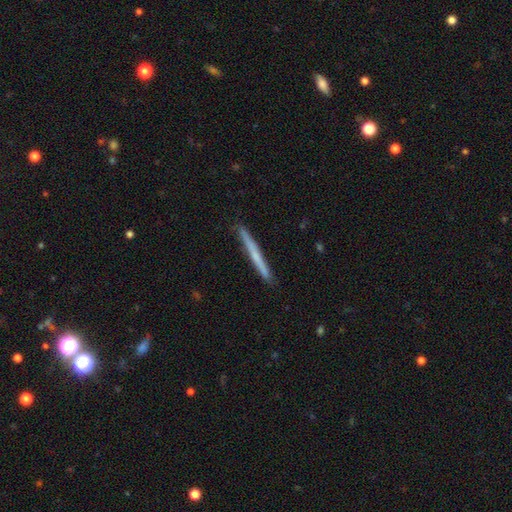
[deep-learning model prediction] smooth_or_featured: smooth (p=0.49) [alt: featured or disk p=0.45]
merging: none (p=0.90) [alt: minor disturbance p=0.07]